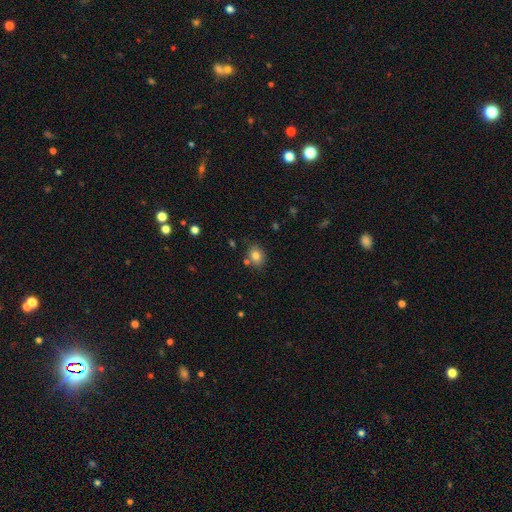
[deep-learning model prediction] smooth 81%, star or artifact 11%, featured or disk 9%. Down the decision tree: how rounded — round (51%); merging — none (76%).